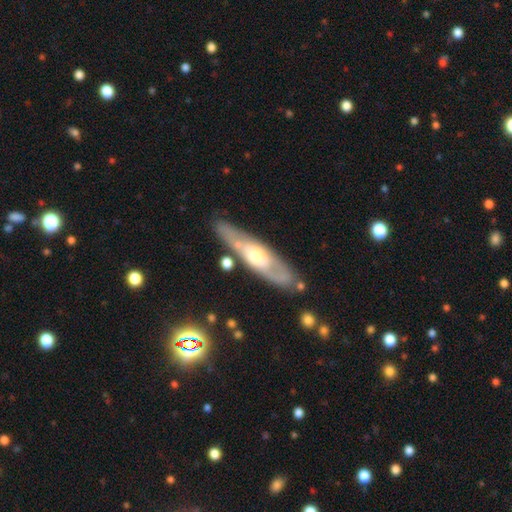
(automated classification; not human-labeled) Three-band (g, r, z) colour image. It shows a featured or disk galaxy (60%). Merging: none (78%).